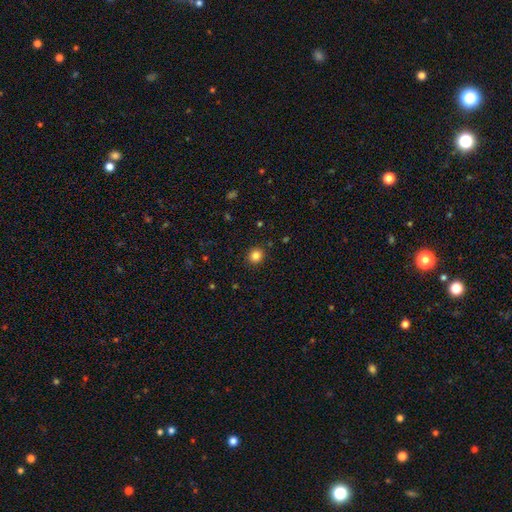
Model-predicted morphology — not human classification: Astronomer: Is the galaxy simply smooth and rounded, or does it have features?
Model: smooth — 84%.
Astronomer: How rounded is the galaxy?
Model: round — 86%.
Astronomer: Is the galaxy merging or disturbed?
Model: none — 91%.